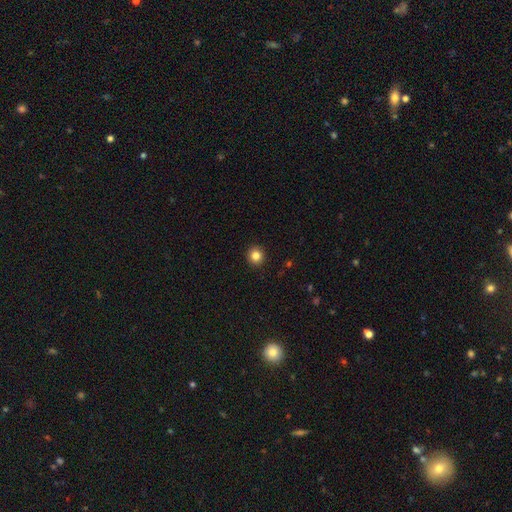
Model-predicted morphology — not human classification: A smooth galaxy with no disk features (83%) that is round (94%). Merging: none (93%).